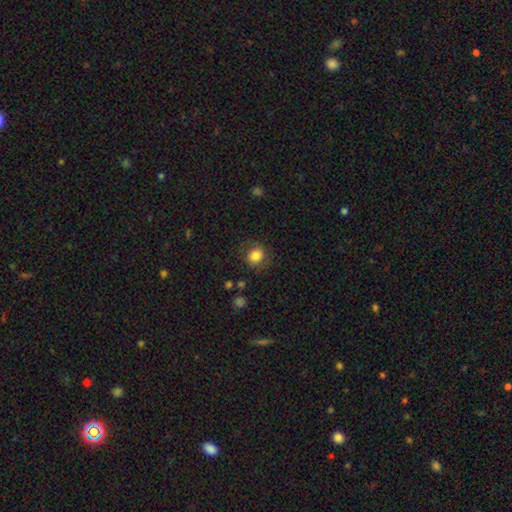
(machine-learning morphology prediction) Smooth or featured?
  - smooth: 83% *
  - star or artifact: 10%
  - featured or disk: 7%
How rounded?
  - round: 75% *
  - in between: 24%
  - cigar-shaped: 1%
Merging?
  - none: 80% *
  - minor disturbance: 13%
  - major disturbance: 5%
  - merger: 2%